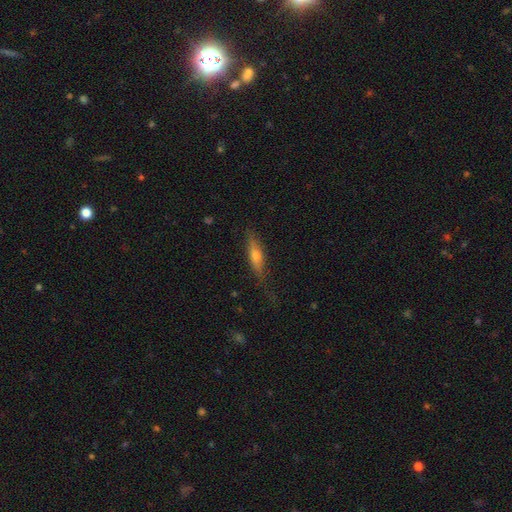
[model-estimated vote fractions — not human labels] This appears to be a smooth galaxy with no disk features (52%) that is cigar-shaped (68%). Merging: none (68%).